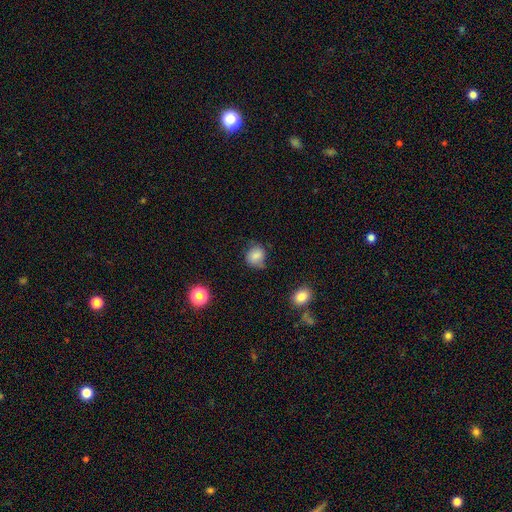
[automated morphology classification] type=smooth (81%); roundness=round (72%); merging=none (61%).